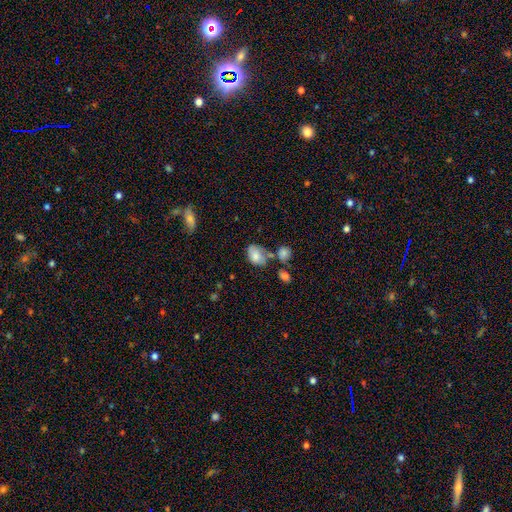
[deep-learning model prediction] The model was most divided on "merging": none: 41%, minor disturbance: 29%, merger: 18%, major disturbance: 11%. More confident: how rounded — in between (82%); smooth or featured — smooth (73%).